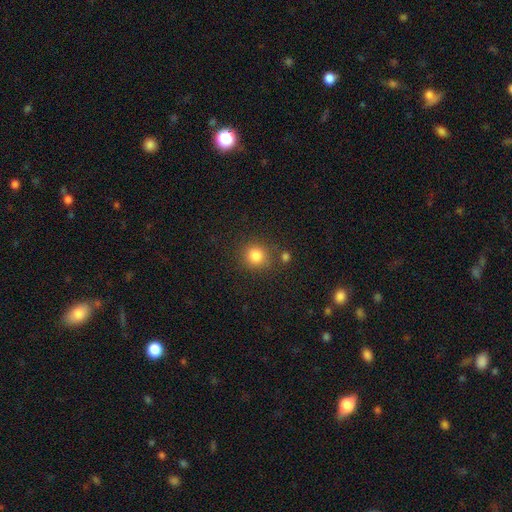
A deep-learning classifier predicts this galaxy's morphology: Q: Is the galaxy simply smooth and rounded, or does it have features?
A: smooth — 83%.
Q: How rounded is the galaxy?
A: round — 88%.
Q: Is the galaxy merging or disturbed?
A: none — 80%.